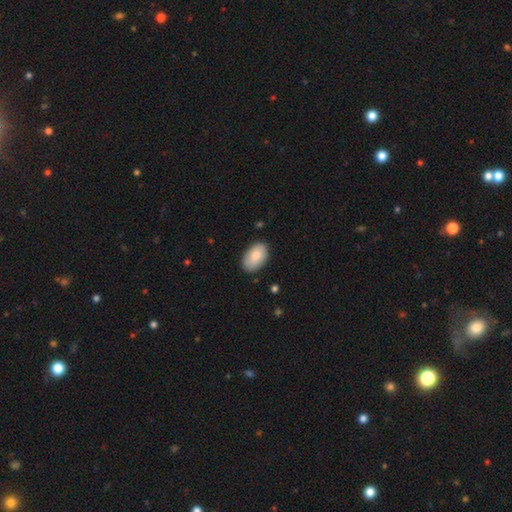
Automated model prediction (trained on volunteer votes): Morphology: type=smooth (84%); roundness=in between (94%); merging=none (81%).